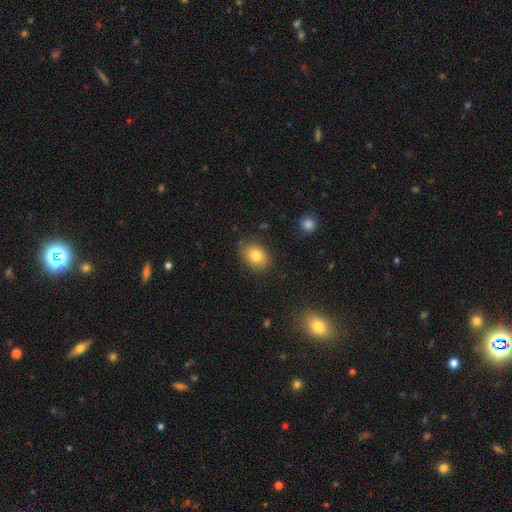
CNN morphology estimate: The model was most divided on "how rounded": in between: 65%, round: 34%, cigar-shaped: 1%. More confident: merging — none (81%); smooth or featured — smooth (80%).